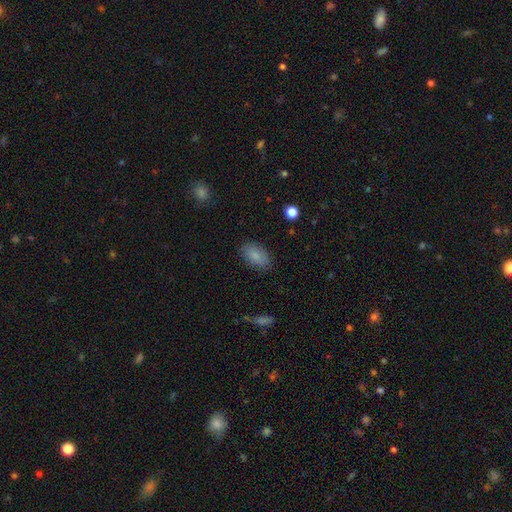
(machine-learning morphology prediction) This is clearly a smooth galaxy (86%). How rounded: clearly in between (92%). Merging: clearly none (85%).